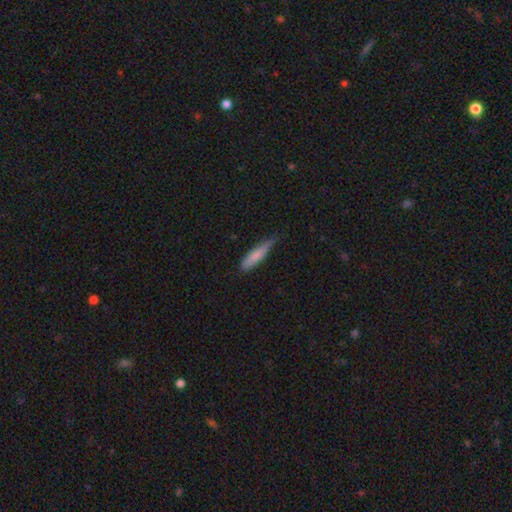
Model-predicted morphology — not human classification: smooth_or_featured: smooth (p=0.79) [alt: featured or disk p=0.16]
how_rounded: cigar-shaped (p=0.76) [alt: in between p=0.22]
merging: none (p=0.57) [alt: minor disturbance p=0.36]